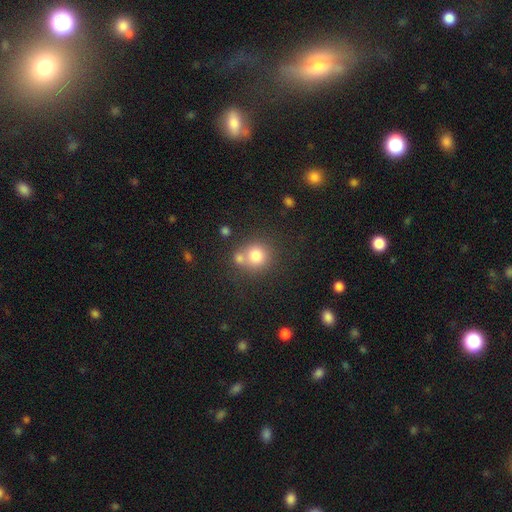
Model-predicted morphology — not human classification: Smooth or featured? Predicted: smooth (p=0.78). How rounded? Predicted: round (p=0.88). Merging? Predicted: none (p=0.56).